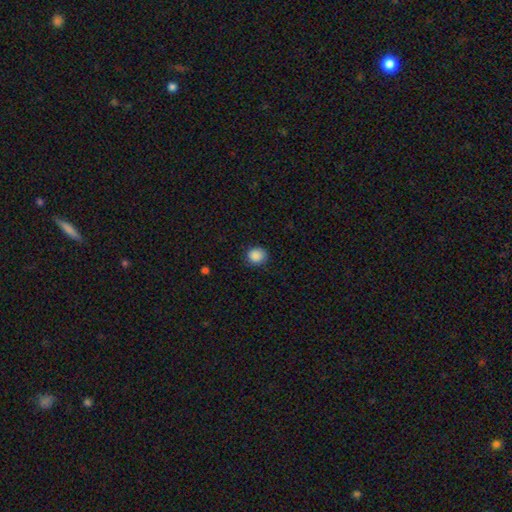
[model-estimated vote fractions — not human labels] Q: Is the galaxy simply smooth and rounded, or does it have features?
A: smooth — 87%.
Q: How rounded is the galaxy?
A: round — 76%.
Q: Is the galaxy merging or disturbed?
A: none — 78%.